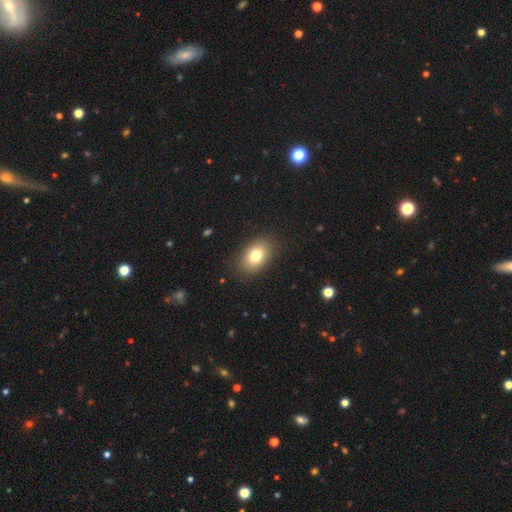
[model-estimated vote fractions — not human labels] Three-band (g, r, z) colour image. It shows a smooth galaxy with no disk features (78%) that is in between round and cigar-shaped (83%). Merging: none (87%).